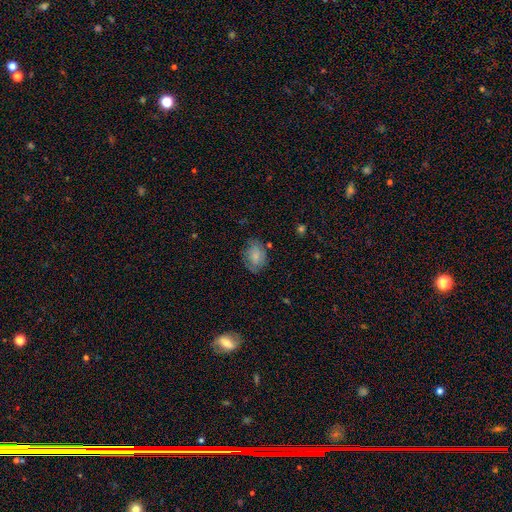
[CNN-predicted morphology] smooth-or-featured: smooth: 69% | featured or disk: 23% | star or artifact: 8%
  how-rounded: in between: 74% | round: 24% | cigar-shaped: 1%
  merging: none: 66% | minor disturbance: 24% | major disturbance: 8% | merger: 2%